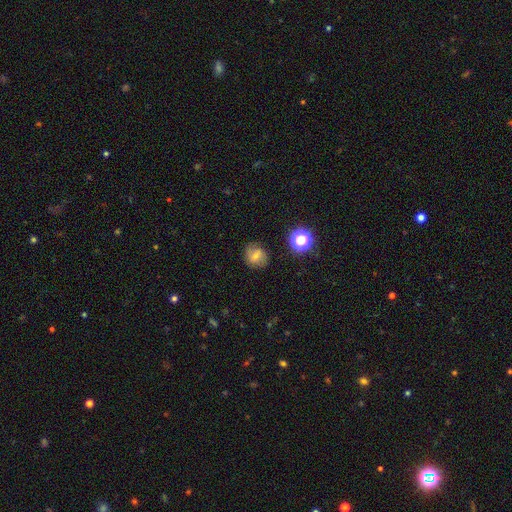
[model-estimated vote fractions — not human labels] smooth_or_featured: smooth (p=0.47) [alt: featured or disk p=0.38]
merging: none (p=0.76) [alt: minor disturbance p=0.16]